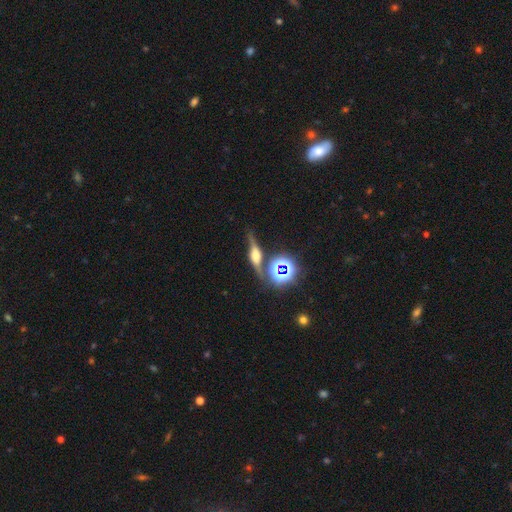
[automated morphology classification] This appears to be a featured or disk galaxy (63%) viewed edge-on (87%) with a rounded central bulge (87%). Merging: none (70%).